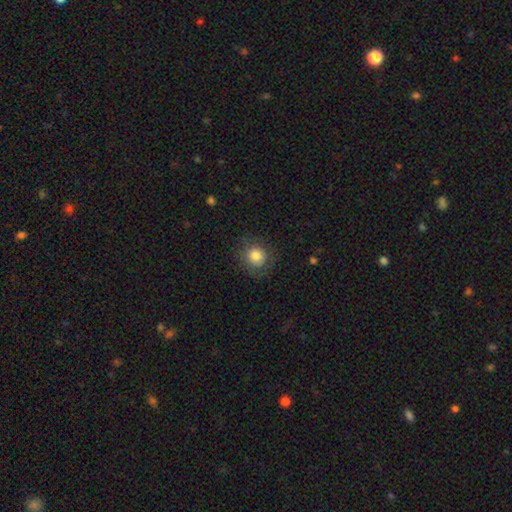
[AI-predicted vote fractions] smooth-or-featured: smooth: 83% | star or artifact: 10% | featured or disk: 8%
  how-rounded: round: 90% | in between: 9% | cigar-shaped: 1%
  merging: none: 83% | minor disturbance: 11% | major disturbance: 4% | merger: 1%